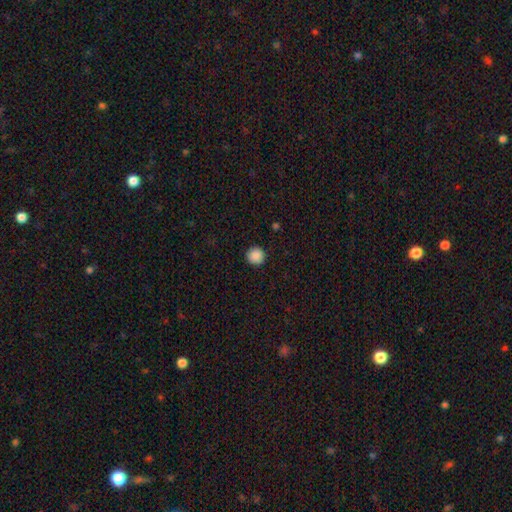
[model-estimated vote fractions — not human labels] Smooth or featured? Predicted: smooth (p=0.88). How rounded? Predicted: round (p=0.94). Merging? Predicted: none (p=0.92).